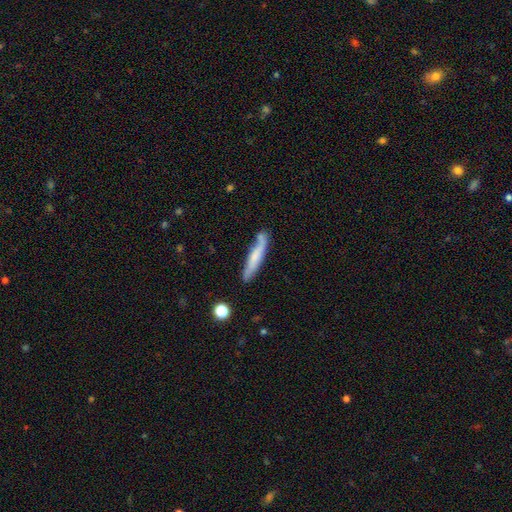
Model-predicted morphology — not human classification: smooth 56%, featured or disk 38%, star or artifact 6%. Down the decision tree: how rounded — cigar-shaped (88%); merging — none (72%).